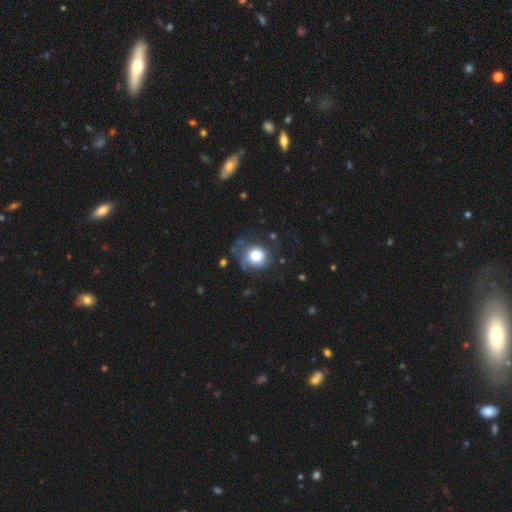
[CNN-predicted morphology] smooth-or-featured: smooth: 62% | featured or disk: 29% | star or artifact: 10%
  how-rounded: round: 80% | in between: 19% | cigar-shaped: 1%
  merging: none: 50% | minor disturbance: 26% | major disturbance: 22% | merger: 2%